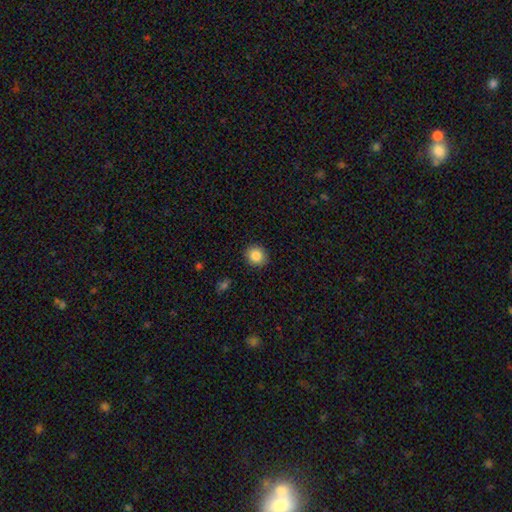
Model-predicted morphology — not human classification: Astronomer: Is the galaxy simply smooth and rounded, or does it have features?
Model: smooth — 85%.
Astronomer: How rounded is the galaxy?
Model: round — 85%.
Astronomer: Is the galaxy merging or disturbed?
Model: none — 91%.